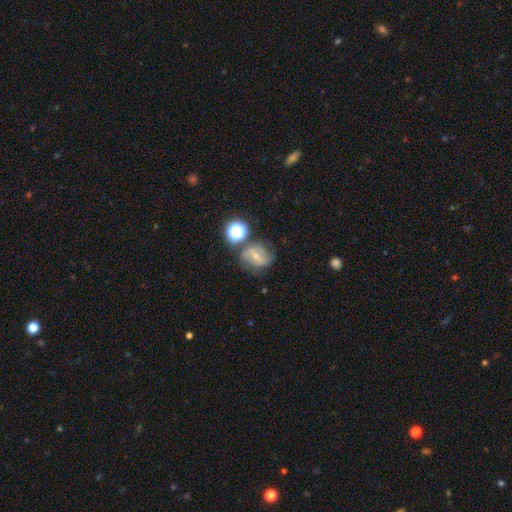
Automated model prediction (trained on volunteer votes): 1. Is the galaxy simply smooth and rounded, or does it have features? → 54% featured or disk, 31% smooth, 15% star or artifact.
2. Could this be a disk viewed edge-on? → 96% no, 4% yes.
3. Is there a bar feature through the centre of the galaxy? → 42% weak, 30% no, 28% strong.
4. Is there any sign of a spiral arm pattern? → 80% yes, 20% no.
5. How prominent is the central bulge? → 55% small, 40% moderate, 2% none, 2% large, 1% dominant.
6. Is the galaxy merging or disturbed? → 62% none, 20% minor disturbance, 10% merger, 8% major disturbance.